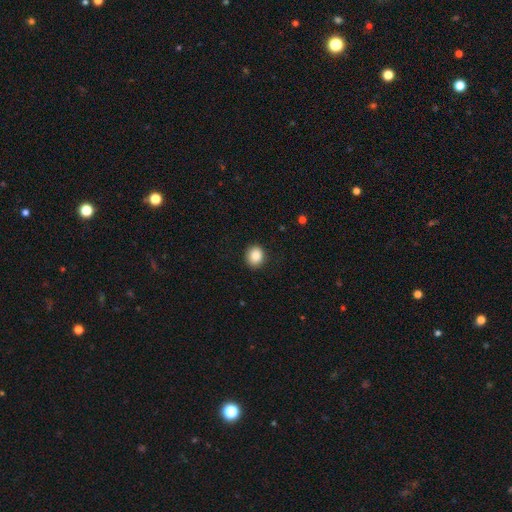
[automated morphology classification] Smooth or featured? Predicted: smooth (p=0.88). How rounded? Predicted: round (p=0.73). Merging? Predicted: none (p=0.89).